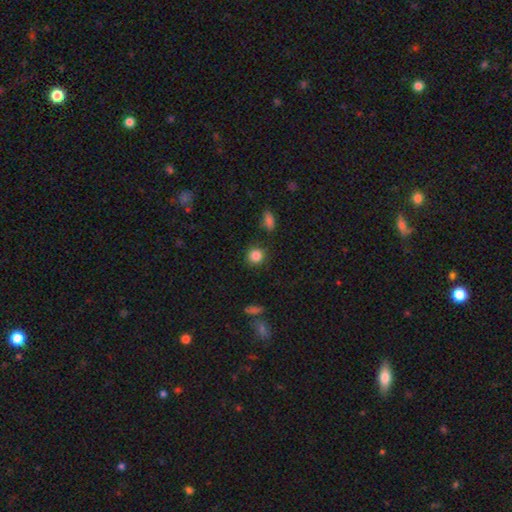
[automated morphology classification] Smooth or featured? Predicted: smooth (p=0.85). How rounded? Predicted: round (p=0.89). Merging? Predicted: none (p=0.87).